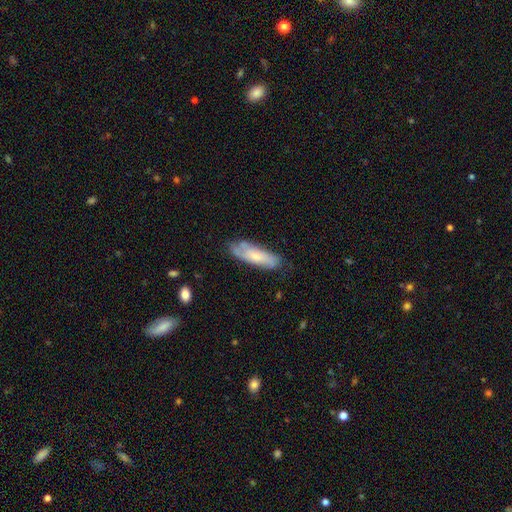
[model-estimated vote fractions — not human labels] smooth_or_featured: smooth (p=0.55) [alt: featured or disk p=0.39]
how_rounded: in between (p=0.55) [alt: cigar-shaped p=0.44]
merging: none (p=0.63) [alt: minor disturbance p=0.26]